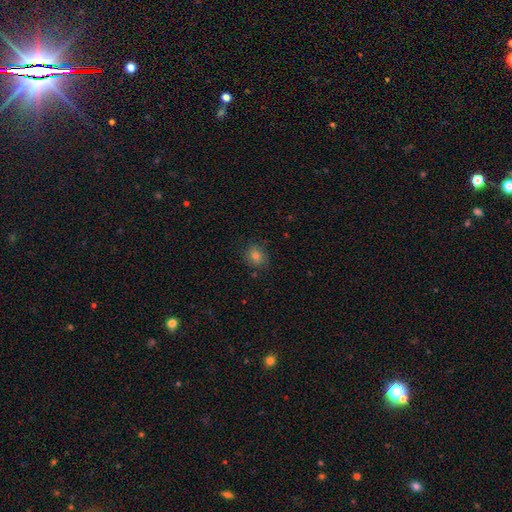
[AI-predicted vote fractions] smooth-or-featured: smooth: 76% | star or artifact: 16% | featured or disk: 8%
  how-rounded: round: 69% | in between: 30% | cigar-shaped: 1%
  merging: none: 83% | minor disturbance: 12% | major disturbance: 3% | merger: 1%